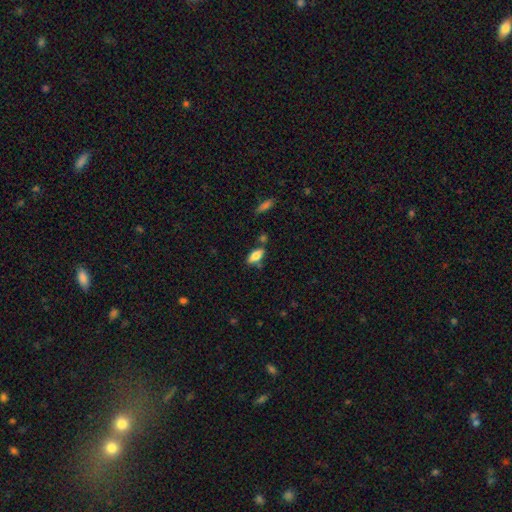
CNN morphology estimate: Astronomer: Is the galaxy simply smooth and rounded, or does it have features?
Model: smooth — 77%.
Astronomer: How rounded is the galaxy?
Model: in between — 81%.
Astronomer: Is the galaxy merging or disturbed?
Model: none — 70%.